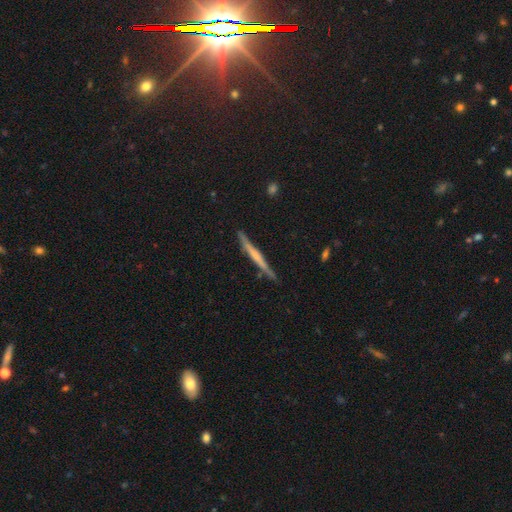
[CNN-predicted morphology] Smooth or featured? featured or disk (60%)
Edge-on disk? yes (97%)
Edge-on bulge? none (56%)
Merging? none (87%)